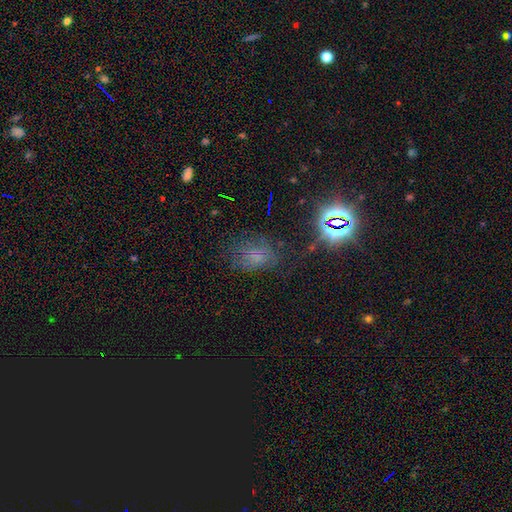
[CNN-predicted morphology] smooth 43%, star or artifact 36%, featured or disk 21%. Down the decision tree: merging — none (60%).